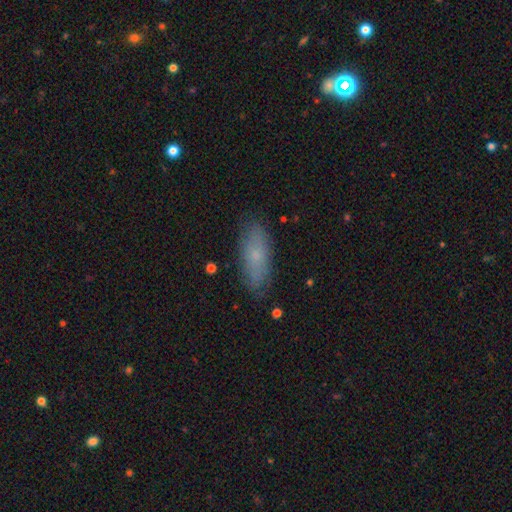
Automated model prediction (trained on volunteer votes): smooth 70%, featured or disk 22%, star or artifact 8%. Down the decision tree: how rounded — in between (66%); merging — none (83%).